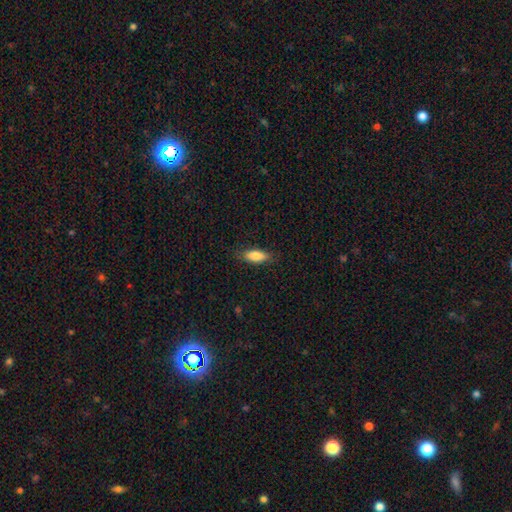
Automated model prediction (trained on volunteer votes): Smooth or featured? smooth (83%)
How rounded? in between (78%)
Merging? none (83%)